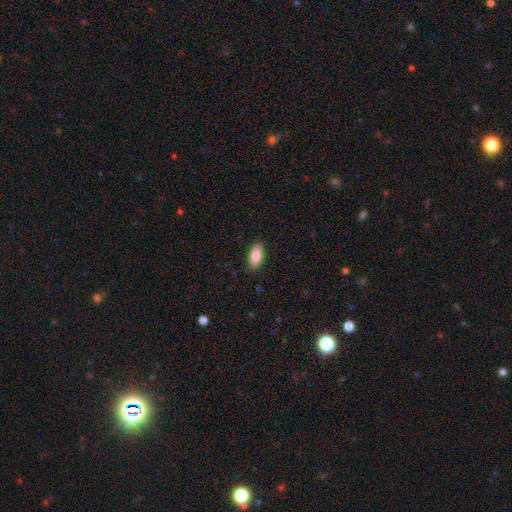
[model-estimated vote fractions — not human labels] Smooth or featured? Predicted: smooth (p=0.87). How rounded? Predicted: in between (p=0.90). Merging? Predicted: none (p=0.87).